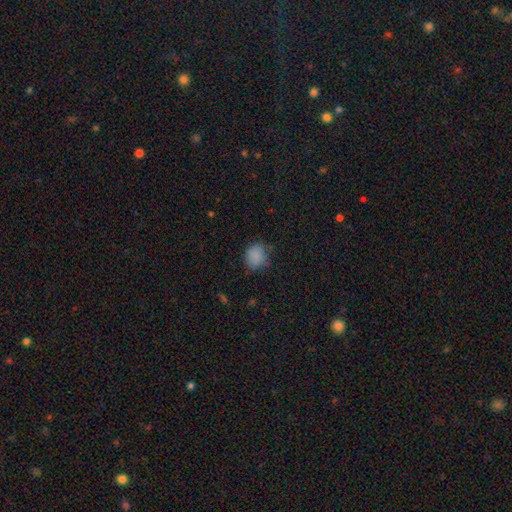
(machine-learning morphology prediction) Smooth or featured?
  - smooth: 83% *
  - star or artifact: 11%
  - featured or disk: 6%
How rounded?
  - round: 69% *
  - in between: 30%
  - cigar-shaped: 1%
Merging?
  - none: 68% *
  - minor disturbance: 24%
  - major disturbance: 7%
  - merger: 2%